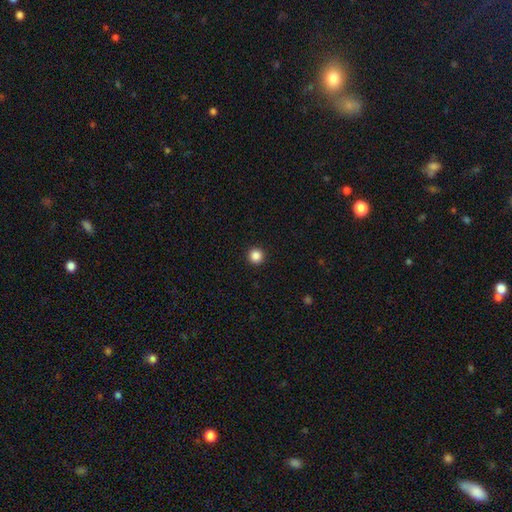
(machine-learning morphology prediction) Q: Smooth or featured?
A: smooth (87%); runner-up: star or artifact (11%)
Q: How rounded?
A: round (96%); runner-up: in between (3%)
Q: Merging?
A: none (94%); runner-up: minor disturbance (4%)